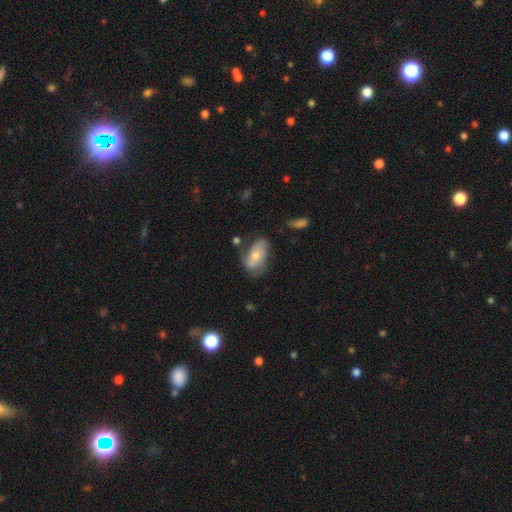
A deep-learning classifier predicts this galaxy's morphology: Smooth or featured? Predicted: featured or disk (p=0.49). Merging? Predicted: none (p=0.58).